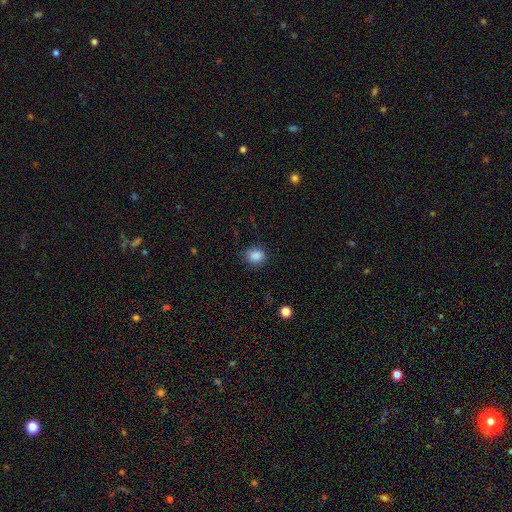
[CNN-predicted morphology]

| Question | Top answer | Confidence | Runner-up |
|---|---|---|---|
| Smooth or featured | smooth | 87% | star or artifact (10%) |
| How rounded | round | 59% | in between (40%) |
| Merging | none | 79% | minor disturbance (16%) |